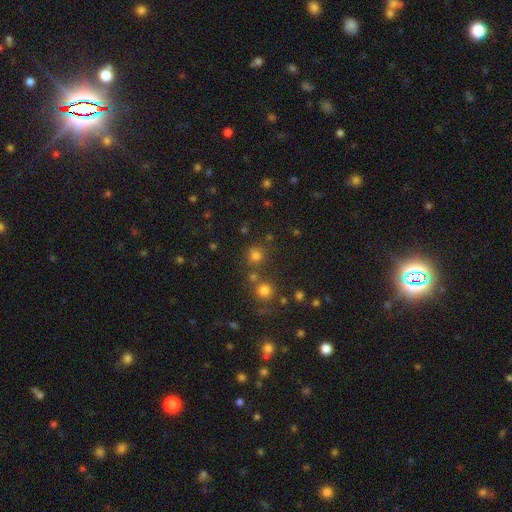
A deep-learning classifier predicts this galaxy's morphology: This appears to be a smooth galaxy with no disk features (73%) that is round (90%). Merging: none (74%).